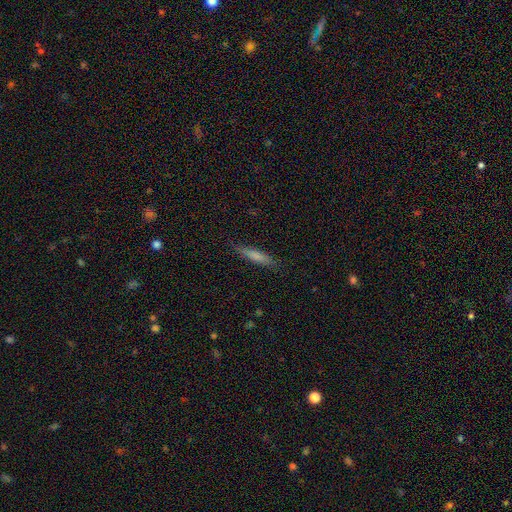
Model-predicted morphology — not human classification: The model was most divided on "smooth or featured": smooth: 73%, featured or disk: 21%, star or artifact: 7%. More confident: how rounded — cigar-shaped (87%); merging — none (85%).